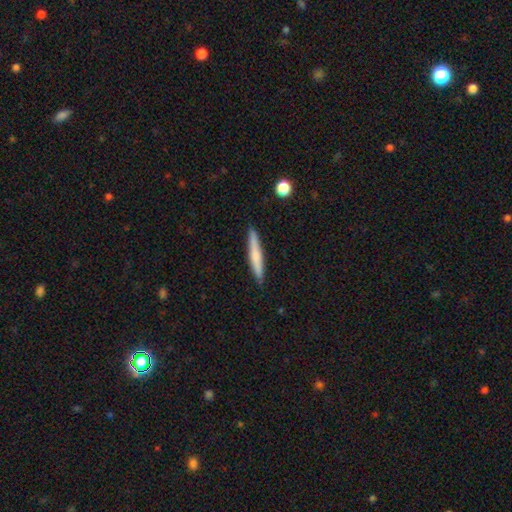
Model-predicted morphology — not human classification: Smooth or featured? smooth (64%)
How rounded? cigar-shaped (95%)
Merging? none (90%)